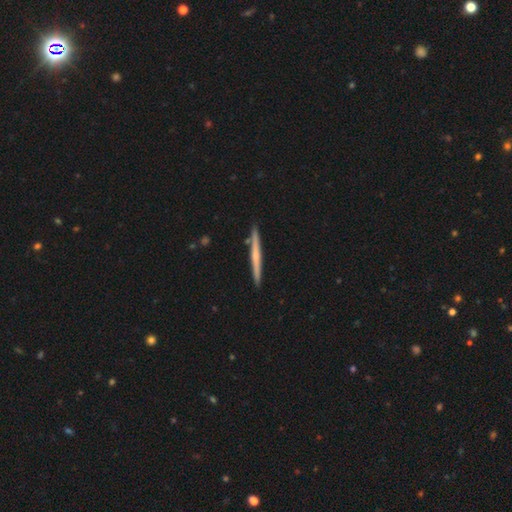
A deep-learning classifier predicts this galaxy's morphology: Smooth or featured? Predicted: featured or disk (p=0.57). Edge-on disk? Predicted: yes (p=0.98). Edge-on bulge? Predicted: none (p=0.53). Merging? Predicted: none (p=0.91).